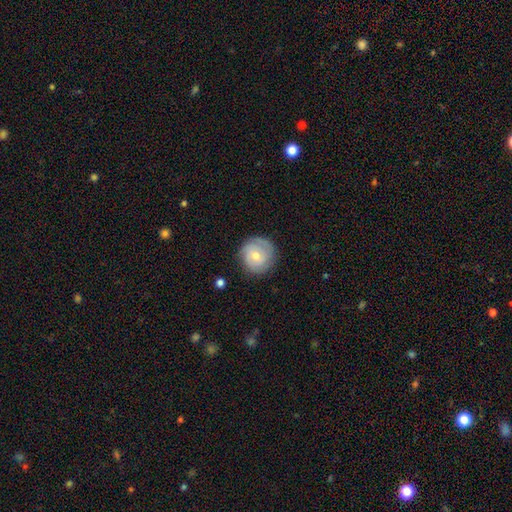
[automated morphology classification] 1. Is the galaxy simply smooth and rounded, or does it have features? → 57% featured or disk, 35% smooth, 8% star or artifact.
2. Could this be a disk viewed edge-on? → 97% no, 3% yes.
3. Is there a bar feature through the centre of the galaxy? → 74% no, 22% weak, 4% strong.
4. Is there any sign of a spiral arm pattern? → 82% yes, 18% no.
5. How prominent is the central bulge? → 50% moderate, 47% small, 2% large, 1% none, 1% dominant.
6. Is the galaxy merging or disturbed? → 81% none, 14% minor disturbance, 4% major disturbance, 1% merger.